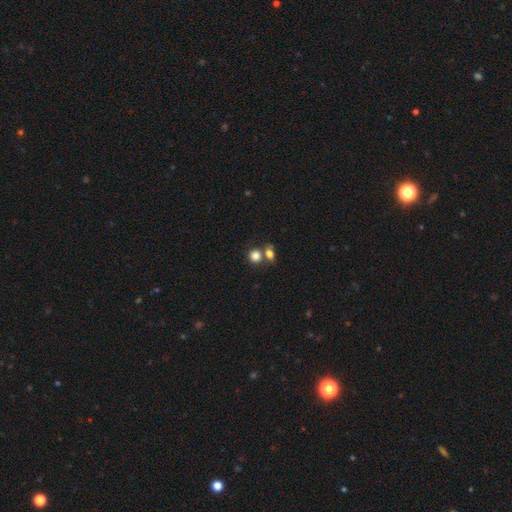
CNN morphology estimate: Smooth or featured? smooth (82%)
How rounded? round (78%)
Merging? none (51%)